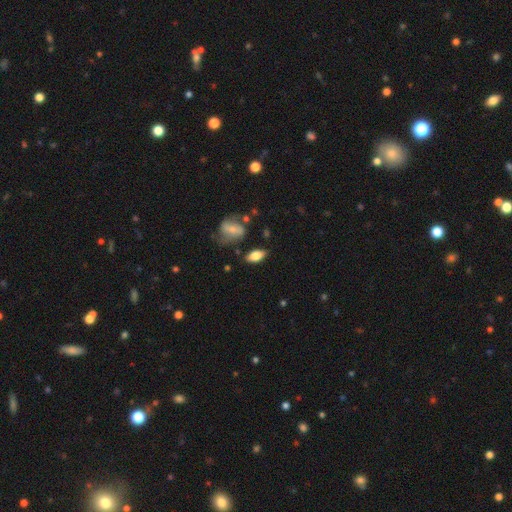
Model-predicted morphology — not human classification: Smooth or featured?
  - smooth: 78% *
  - featured or disk: 14%
  - star or artifact: 8%
How rounded?
  - in between: 88% *
  - cigar-shaped: 7%
  - round: 5%
Merging?
  - none: 78% *
  - minor disturbance: 15%
  - major disturbance: 4%
  - merger: 3%